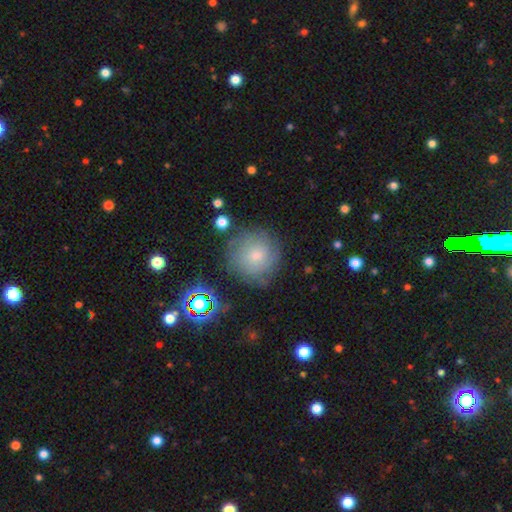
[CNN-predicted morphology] Q: Smooth or featured?
A: smooth (48%); runner-up: featured or disk (35%)
Q: Merging?
A: none (78%); runner-up: minor disturbance (14%)